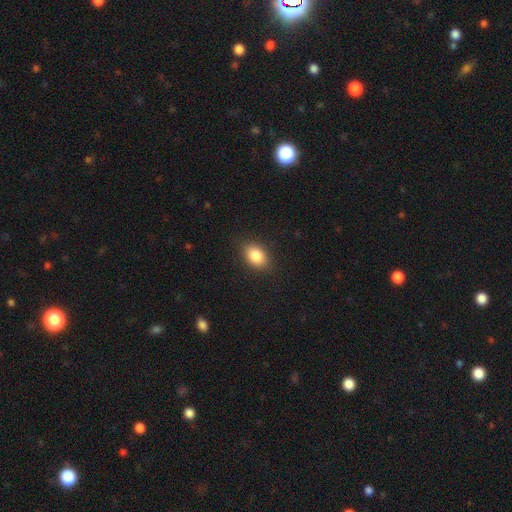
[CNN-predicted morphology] type=smooth (85%); roundness=in between (76%); merging=none (85%).